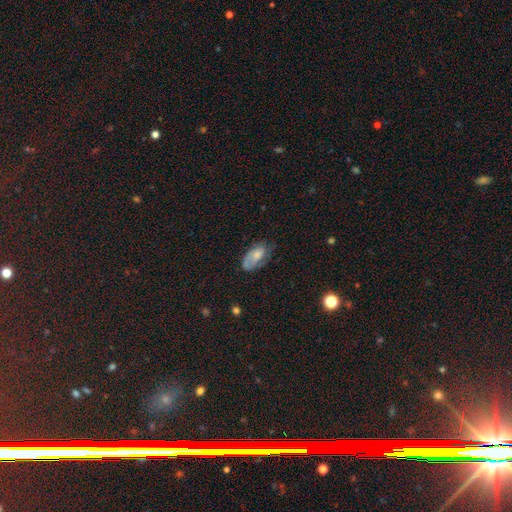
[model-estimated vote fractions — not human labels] Morphology: type=smooth (55%); roundness=in between (92%); merging=none (53%).